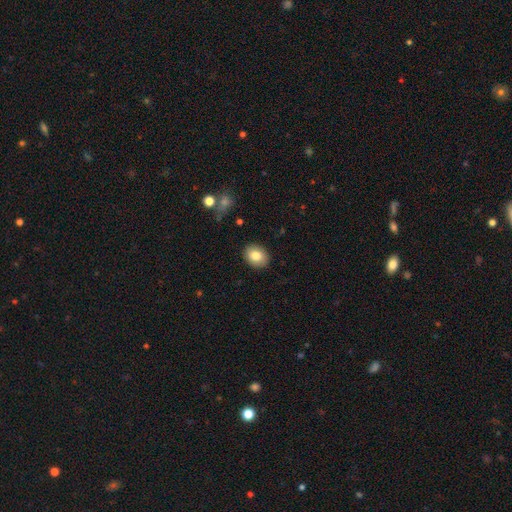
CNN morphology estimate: Smooth or featured: smooth — 82% (featured or disk — 10%)
How rounded: in between — 57% (round — 42%)
Merging: none — 89% (minor disturbance — 8%)